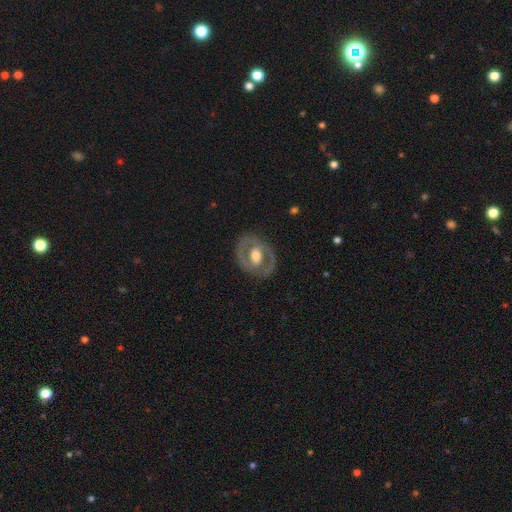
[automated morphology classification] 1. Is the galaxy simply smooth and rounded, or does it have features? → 70% featured or disk, 25% smooth, 5% star or artifact.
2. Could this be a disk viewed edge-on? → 95% no, 5% yes.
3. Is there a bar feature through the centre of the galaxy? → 47% no, 35% weak, 18% strong.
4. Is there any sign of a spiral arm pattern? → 56% no, 44% yes.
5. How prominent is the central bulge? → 57% moderate, 32% large, 8% small, 2% dominant, 2% none.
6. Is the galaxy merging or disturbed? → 80% none, 13% minor disturbance, 6% major disturbance, 1% merger.